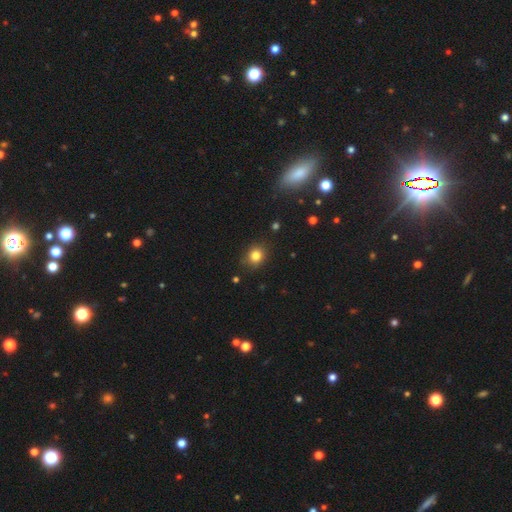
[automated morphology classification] Overall: smooth (82%). How rounded: round (71%). Merging: none (85%).